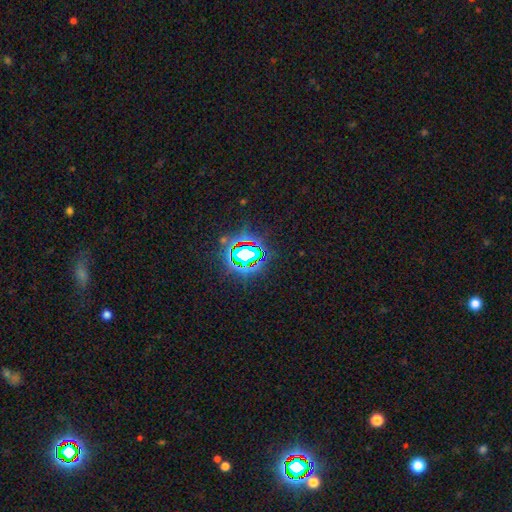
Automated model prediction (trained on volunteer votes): Smooth or featured? star or artifact (75%)